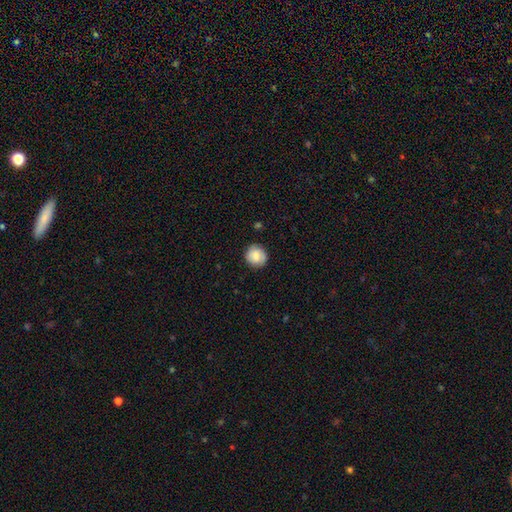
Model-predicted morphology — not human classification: A smooth galaxy with no disk features (73%) that is round (89%). Merging: none (85%).